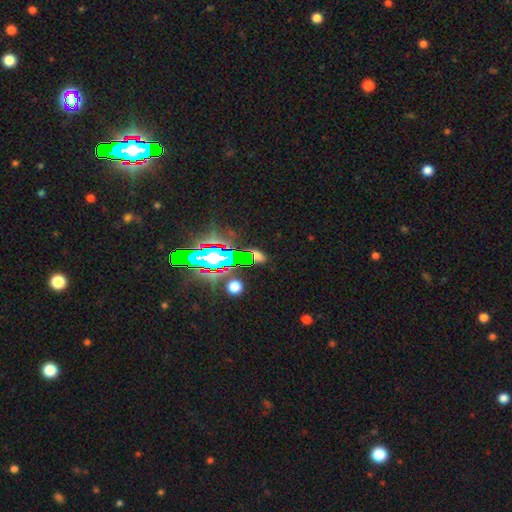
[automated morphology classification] Smooth or featured?
  - star or artifact: 55% *
  - smooth: 30%
  - featured or disk: 15%